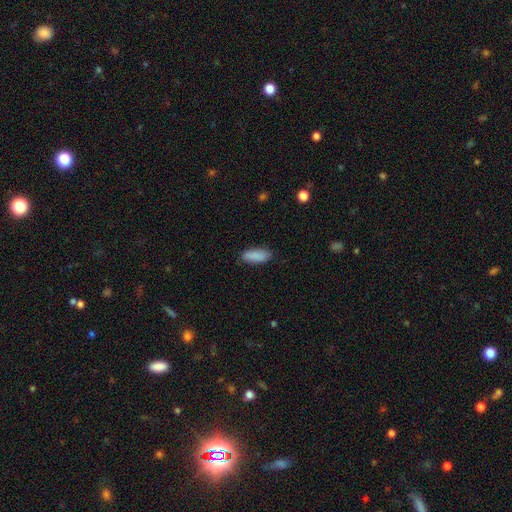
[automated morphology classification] Smooth or featured: smooth — 89% (star or artifact — 6%)
How rounded: in between — 76% (cigar-shaped — 23%)
Merging: none — 84% (minor disturbance — 13%)